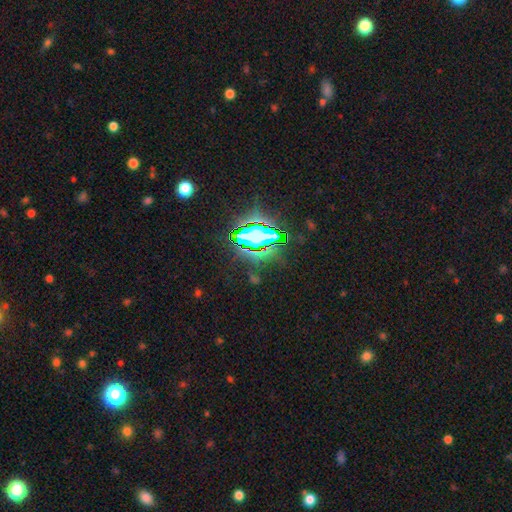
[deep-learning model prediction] Smooth or featured? Predicted: star or artifact (p=0.84).